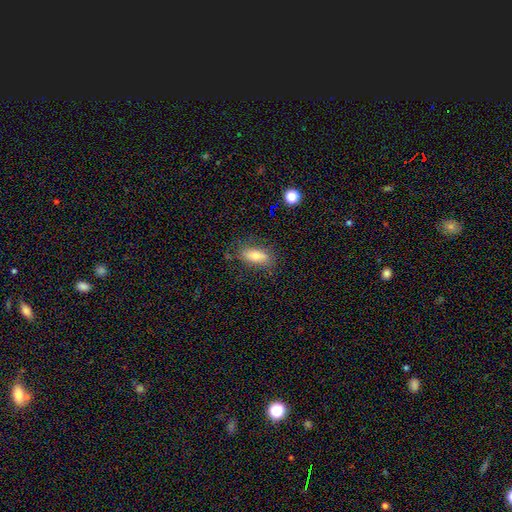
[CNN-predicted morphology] smooth_or_featured: smooth (p=0.68) [alt: featured or disk p=0.22]
how_rounded: in between (p=0.78) [alt: cigar-shaped p=0.17]
merging: none (p=0.77) [alt: minor disturbance p=0.16]